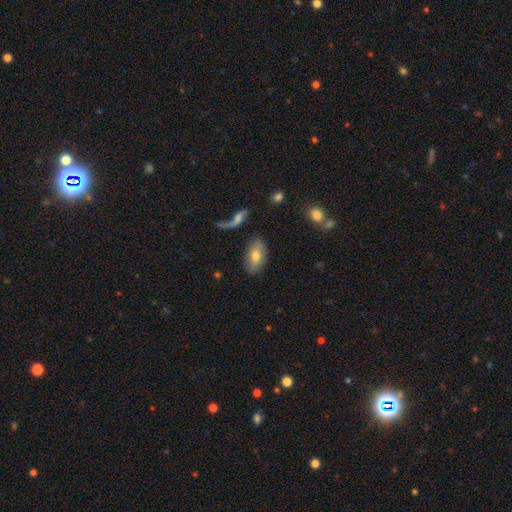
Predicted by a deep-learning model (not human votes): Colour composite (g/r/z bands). It shows a smooth galaxy with no disk features (71%) that is in between round and cigar-shaped (91%). Merging: none (78%).